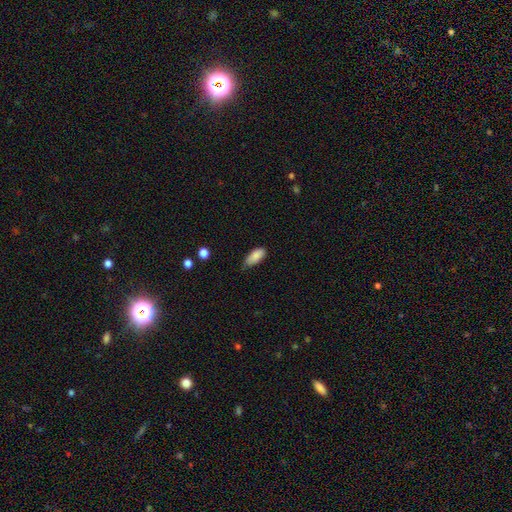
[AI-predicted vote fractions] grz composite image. It shows a smooth galaxy with no disk features (87%) that is in between round and cigar-shaped (88%). Merging: none (56%).